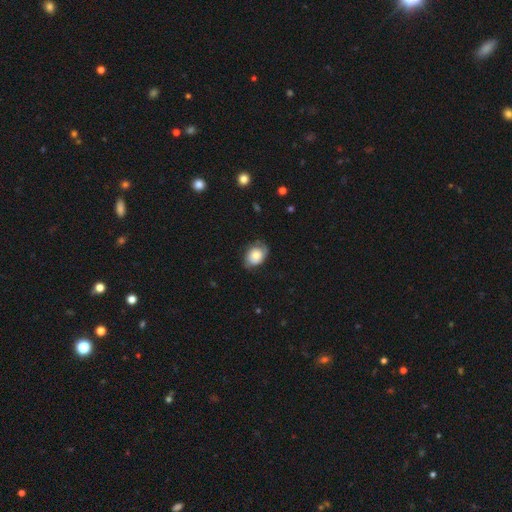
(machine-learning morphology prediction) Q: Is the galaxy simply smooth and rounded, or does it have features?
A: smooth — 52%.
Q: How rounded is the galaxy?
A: in between — 68%.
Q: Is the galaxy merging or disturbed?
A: none — 65%.